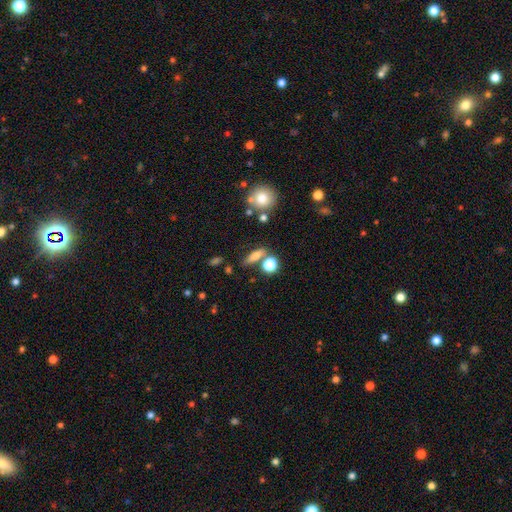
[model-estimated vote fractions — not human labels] Smooth or featured? Predicted: smooth (p=0.65). How rounded? Predicted: in between (p=0.44). Merging? Predicted: none (p=0.65).